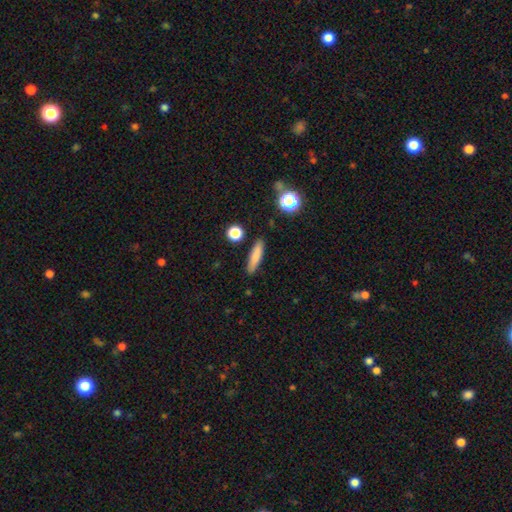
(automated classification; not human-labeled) smooth 78%, featured or disk 13%, star or artifact 8%. Down the decision tree: how rounded — cigar-shaped (78%); merging — none (88%).